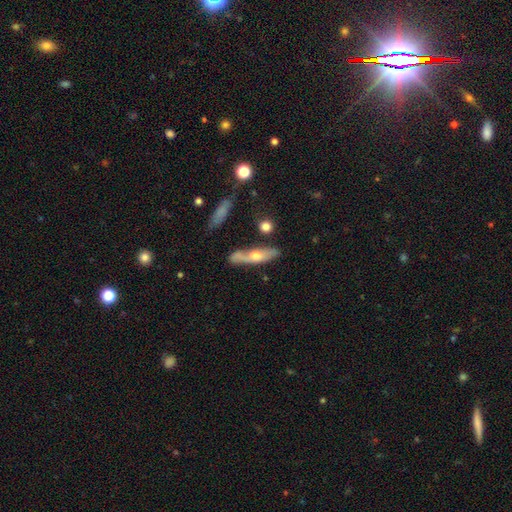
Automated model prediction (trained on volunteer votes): Overall: featured or disk (55%; smooth 39%). Edge-on disk: yes (70%; no 30%). Merging: none (66%).